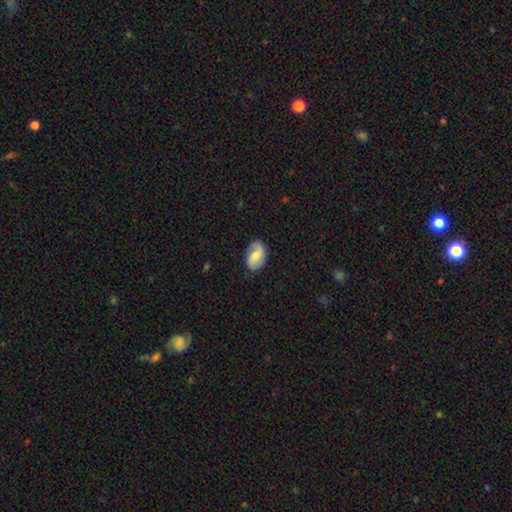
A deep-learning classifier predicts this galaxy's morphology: smooth-or-featured: featured or disk: 47% | smooth: 46% | star or artifact: 7%
  merging: none: 75% | minor disturbance: 19% | major disturbance: 5% | merger: 1%